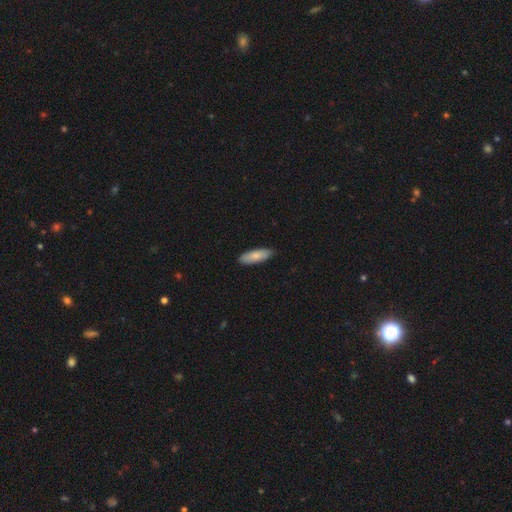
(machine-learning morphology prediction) A smooth galaxy with no disk features (82%) that is in between round and cigar-shaped (61%). Merging: none (88%).